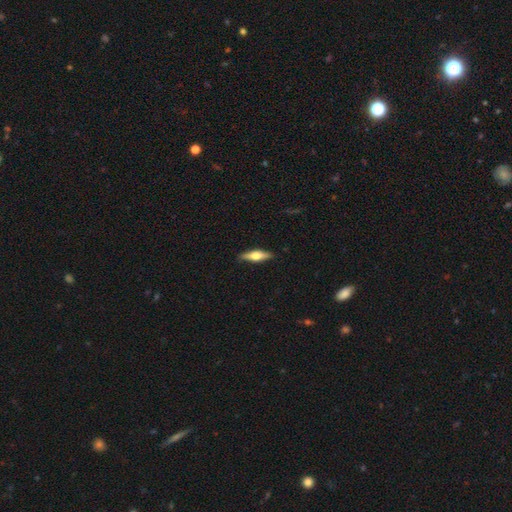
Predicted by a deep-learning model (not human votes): featured or disk 53%, smooth 42%, star or artifact 6%. Down the decision tree: edge-on disk — yes (93%); merging — none (88%).